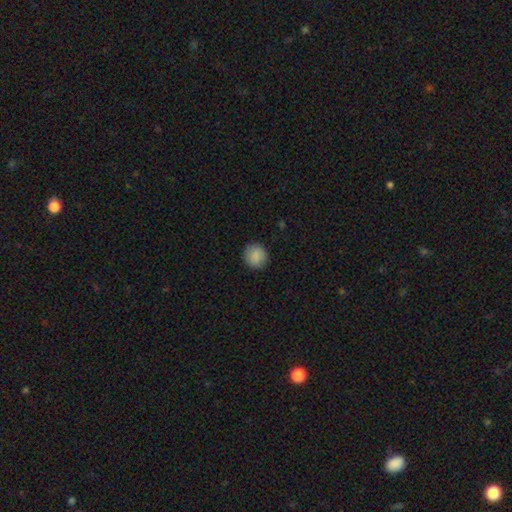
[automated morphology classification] Smooth or featured? Predicted: smooth (p=0.89). How rounded? Predicted: round (p=0.91). Merging? Predicted: none (p=0.88).